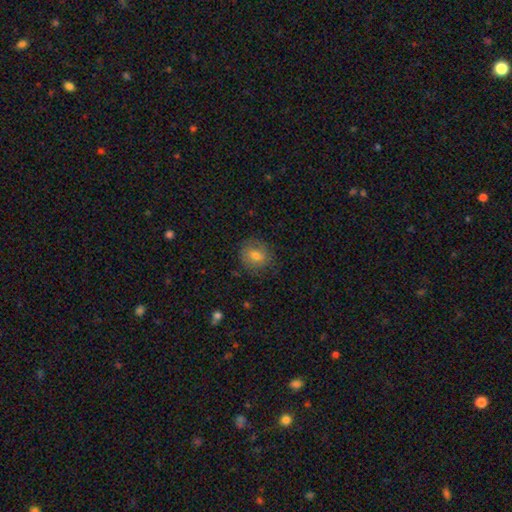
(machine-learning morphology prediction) type=smooth (75%); roundness=round (75%); merging=none (81%).